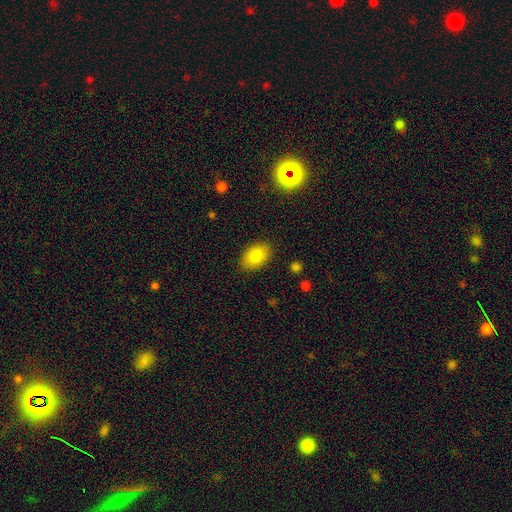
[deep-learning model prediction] Smooth or featured? smooth (82%)
How rounded? in between (87%)
Merging? none (87%)